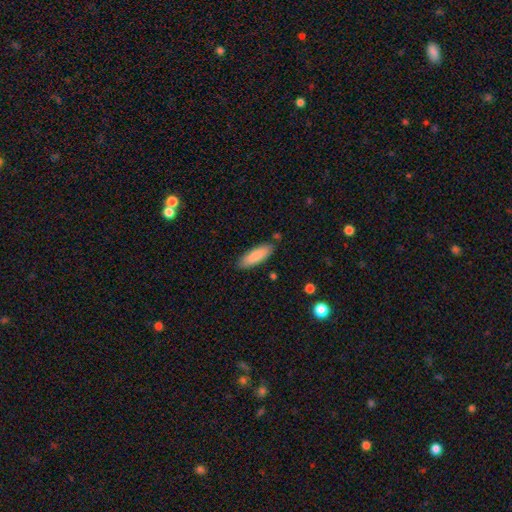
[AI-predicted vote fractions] Morphology: type=smooth (85%); roundness=in between (50%); merging=none (85%).